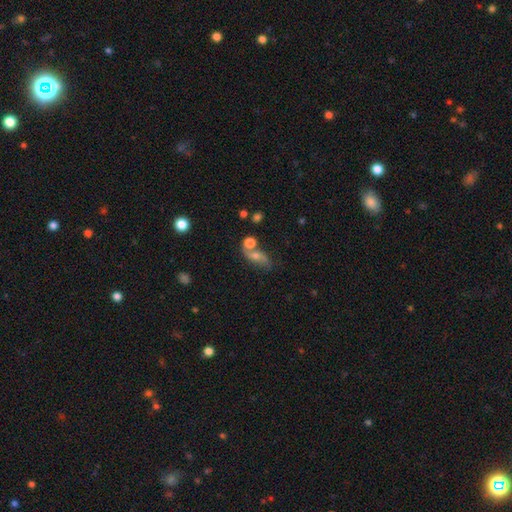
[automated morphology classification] Smooth or featured? Predicted: featured or disk (p=0.45). Merging? Predicted: none (p=0.41).